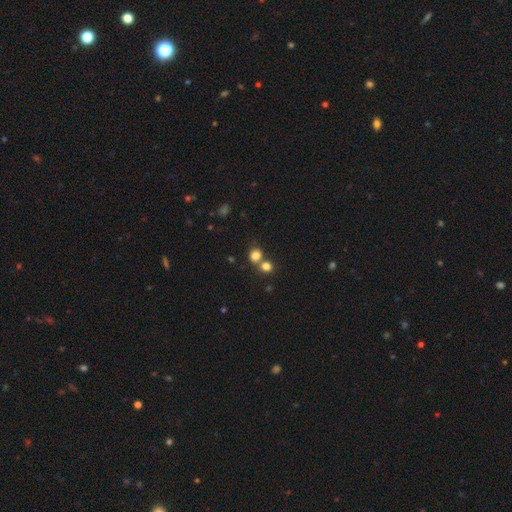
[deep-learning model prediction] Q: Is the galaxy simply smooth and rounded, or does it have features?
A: smooth — 80%.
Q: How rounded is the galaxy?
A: round — 74%.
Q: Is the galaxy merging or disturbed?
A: none — 50%.